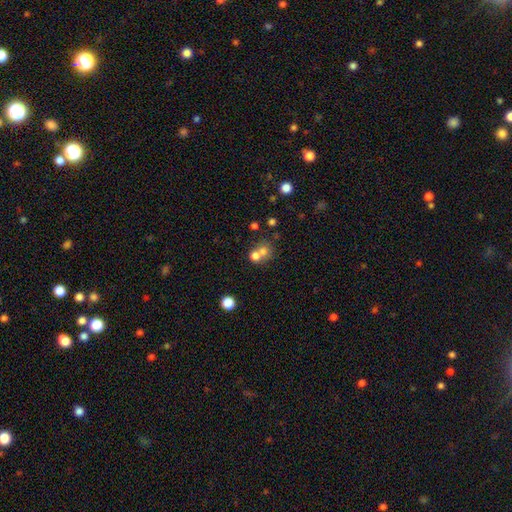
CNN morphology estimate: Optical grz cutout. It shows a smooth galaxy with no disk features (69%) that is round (79%). Merging: merger (55%).